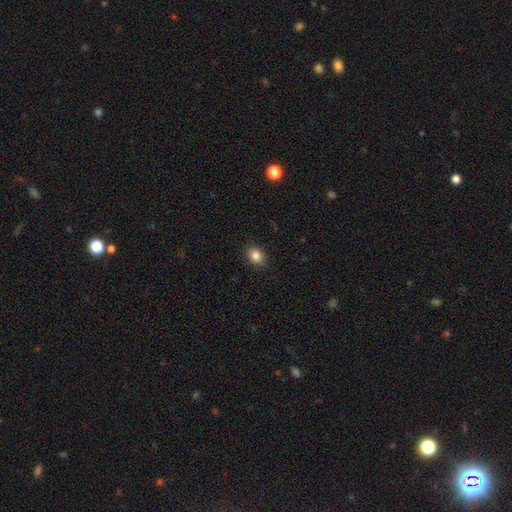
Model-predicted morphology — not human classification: Smooth or featured? Predicted: smooth (p=0.85). How rounded? Predicted: in between (p=0.57). Merging? Predicted: none (p=0.89).